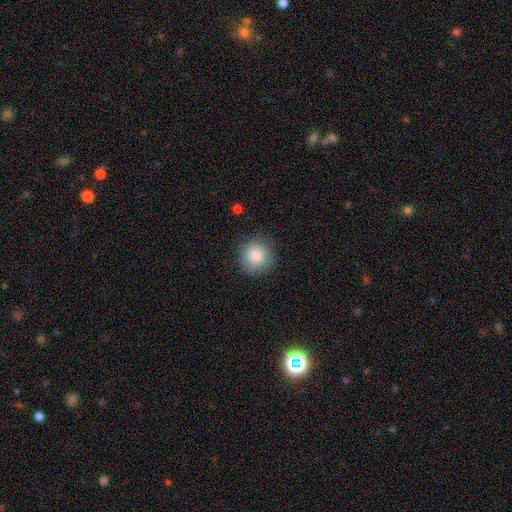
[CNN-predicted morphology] A smooth galaxy with no disk features (86%) that is round (92%). Merging: none (85%).